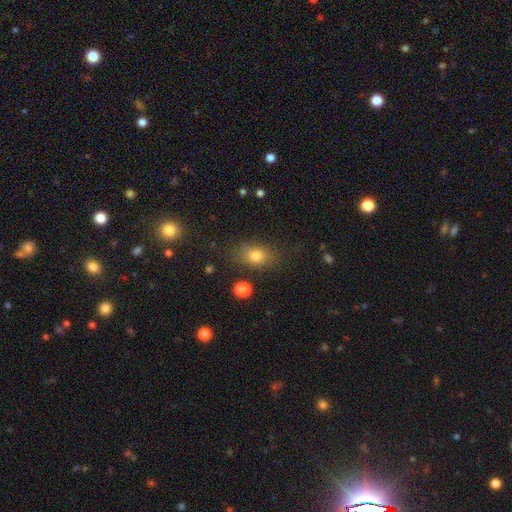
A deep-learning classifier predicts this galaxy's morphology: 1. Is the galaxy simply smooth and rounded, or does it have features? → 78% smooth, 13% star or artifact, 10% featured or disk.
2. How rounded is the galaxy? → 66% in between, 32% round, 2% cigar-shaped.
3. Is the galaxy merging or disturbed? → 75% none, 16% minor disturbance, 6% major disturbance, 3% merger.